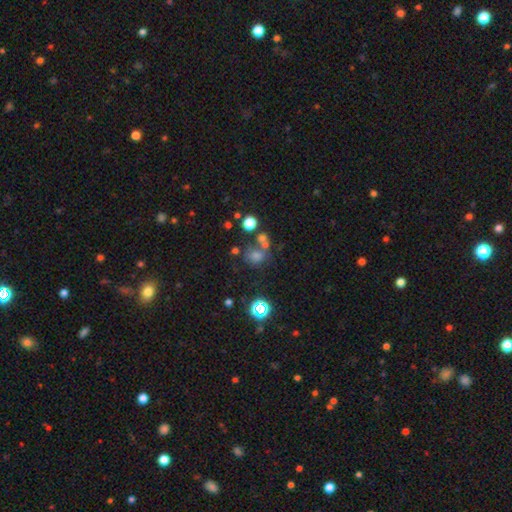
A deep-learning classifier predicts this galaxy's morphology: Smooth or featured? Predicted: smooth (p=0.63). How rounded? Predicted: round (p=0.68). Merging? Predicted: none (p=0.52).